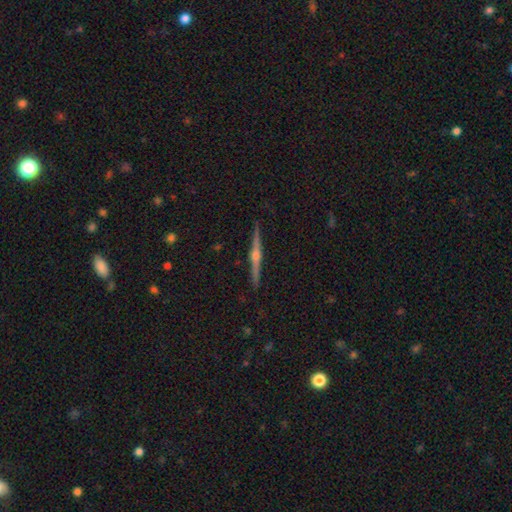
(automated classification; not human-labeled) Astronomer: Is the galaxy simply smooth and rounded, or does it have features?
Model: featured or disk — 82%.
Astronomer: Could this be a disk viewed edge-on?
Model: yes — 99%.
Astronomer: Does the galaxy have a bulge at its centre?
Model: rounded — 92%.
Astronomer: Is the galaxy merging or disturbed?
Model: none — 92%.